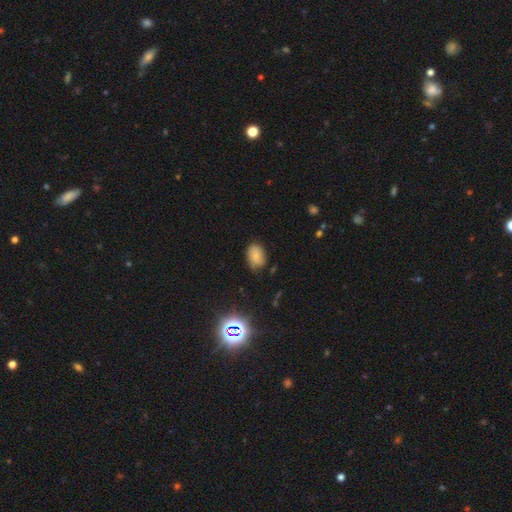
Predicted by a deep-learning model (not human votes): Q: Smooth or featured?
A: smooth (72%); runner-up: star or artifact (15%)
Q: How rounded?
A: in between (79%); runner-up: round (19%)
Q: Merging?
A: none (68%); runner-up: minor disturbance (25%)